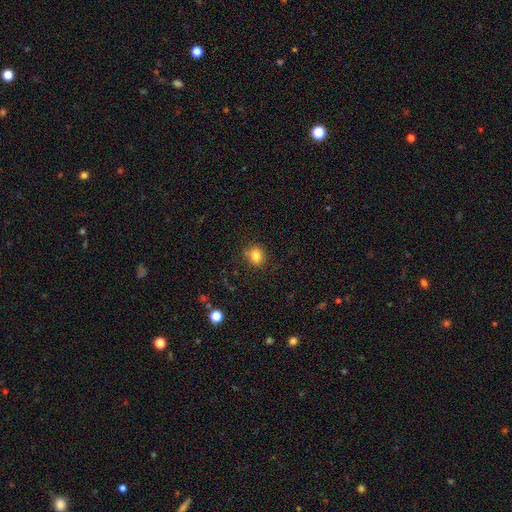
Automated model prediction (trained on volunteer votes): Smooth or featured?
  - smooth: 82% *
  - star or artifact: 12%
  - featured or disk: 6%
How rounded?
  - round: 79% *
  - in between: 20%
  - cigar-shaped: 1%
Merging?
  - none: 82% *
  - minor disturbance: 13%
  - major disturbance: 3%
  - merger: 2%